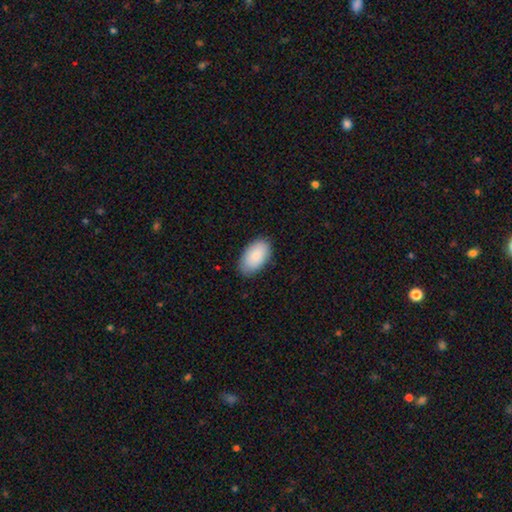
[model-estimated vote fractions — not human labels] The model was most divided on "merging": none: 84%, minor disturbance: 13%, major disturbance: 2%, merger: 1%. More confident: how rounded — in between (95%); smooth or featured — smooth (87%).